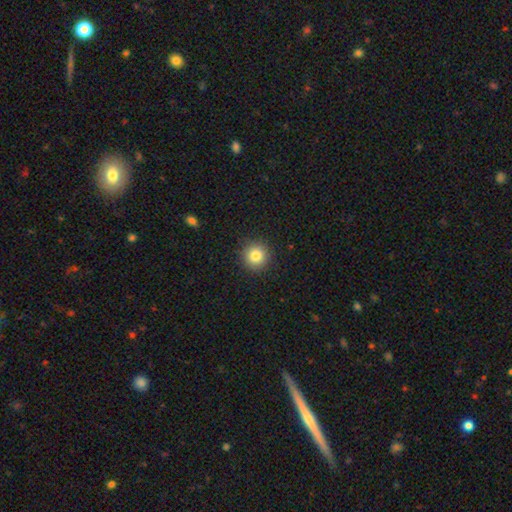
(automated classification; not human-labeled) smooth-or-featured: smooth: 82% | star or artifact: 11% | featured or disk: 6%
  how-rounded: round: 95% | in between: 4% | cigar-shaped: 1%
  merging: none: 92% | minor disturbance: 6% | major disturbance: 2% | merger: 1%